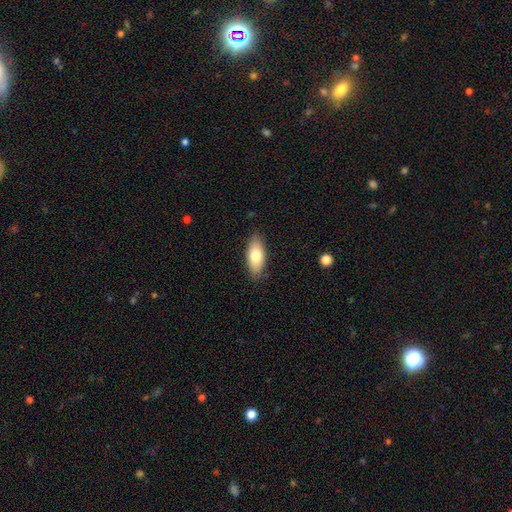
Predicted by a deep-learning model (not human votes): Smooth or featured? smooth (76%)
How rounded? in between (86%)
Merging? none (86%)